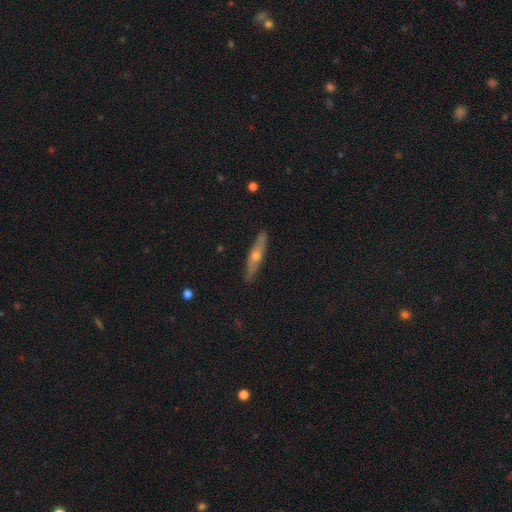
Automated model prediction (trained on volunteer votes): This is possibly a featured or disk galaxy (60%). It is clearly viewed edge-on (81%). Merging: clearly none (87%).